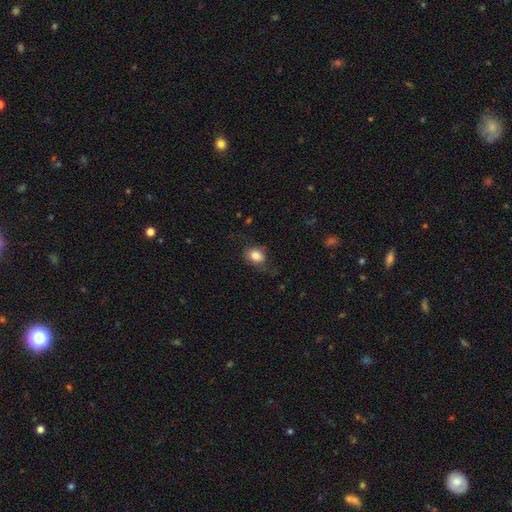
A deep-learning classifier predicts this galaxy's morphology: A smooth galaxy with no disk features (83%) that is in between round and cigar-shaped (51%).

Vote fractions:
- Smooth or featured? smooth: 83% / featured or disk: 9% / star or artifact: 8%
- How rounded? in between: 51% / round: 48% / cigar-shaped: 1%
- Merging? none: 60% / minor disturbance: 25% / major disturbance: 14% / merger: 1%